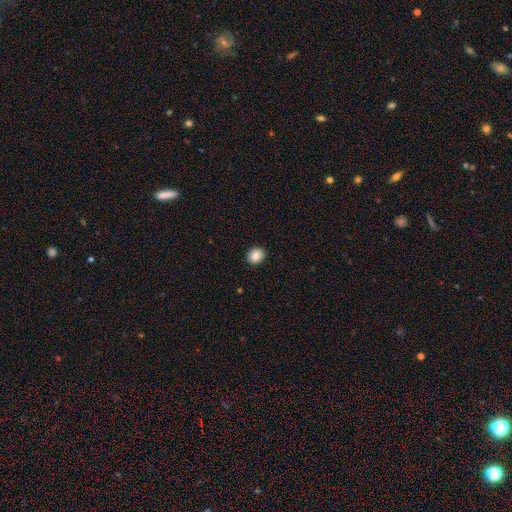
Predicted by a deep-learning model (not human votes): A smooth galaxy with no disk features (86%) that is round (64%). Merging: none (92%).